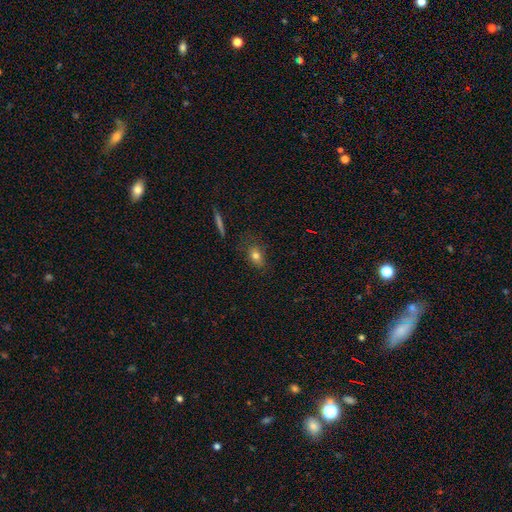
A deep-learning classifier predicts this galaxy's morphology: Overall: smooth (77%). How rounded: in between (72%). Merging: none (73%).